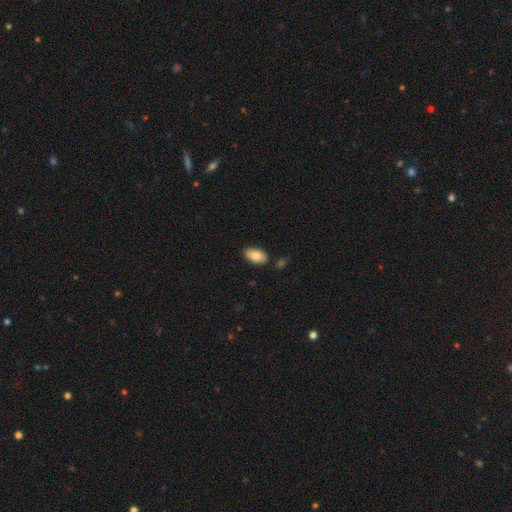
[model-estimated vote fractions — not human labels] Smooth or featured?
  - smooth: 84% *
  - featured or disk: 9%
  - star or artifact: 7%
How rounded?
  - in between: 94% *
  - round: 3%
  - cigar-shaped: 2%
Merging?
  - none: 84% *
  - minor disturbance: 11%
  - merger: 3%
  - major disturbance: 2%